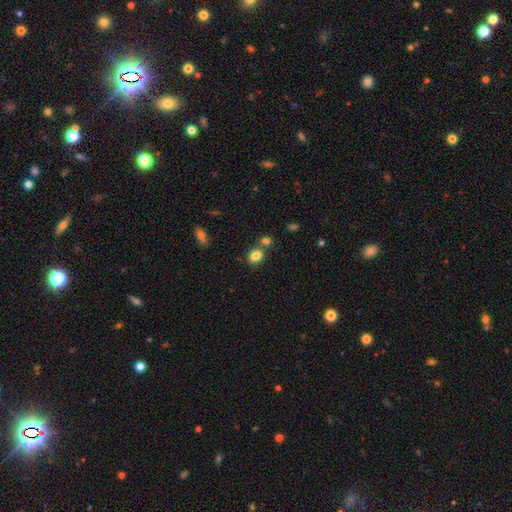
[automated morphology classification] A smooth galaxy with no disk features (83%) that is in between round and cigar-shaped (55%).

Vote fractions:
- Smooth or featured? smooth: 83% / star or artifact: 10% / featured or disk: 7%
- How rounded? in between: 55% / round: 44% / cigar-shaped: 1%
- Merging? none: 62% / merger: 23% / minor disturbance: 12% / major disturbance: 3%